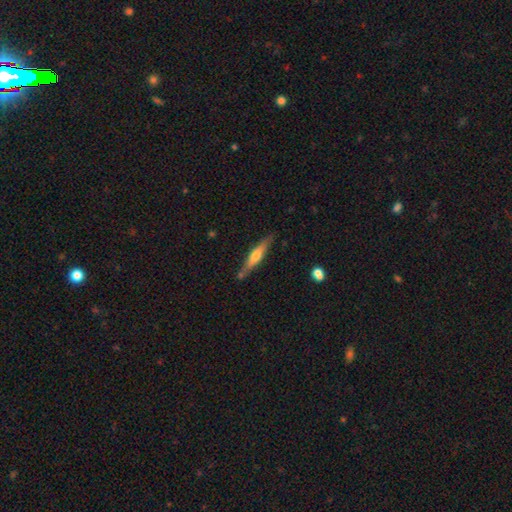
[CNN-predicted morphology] This appears to be a featured or disk galaxy (51%) viewed edge-on (93%). Merging: none (79%).